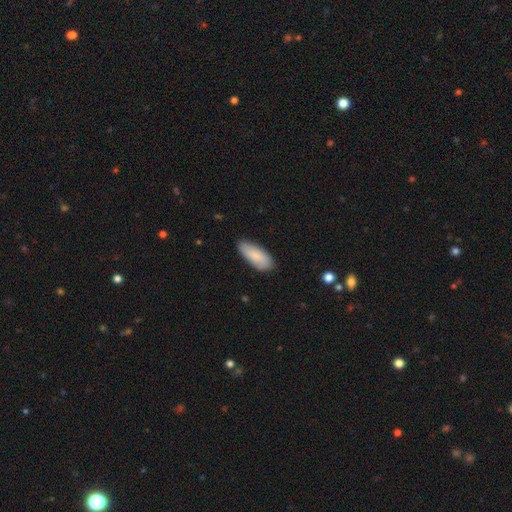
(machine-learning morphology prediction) type=smooth (84%); roundness=in between (83%); merging=none (83%).